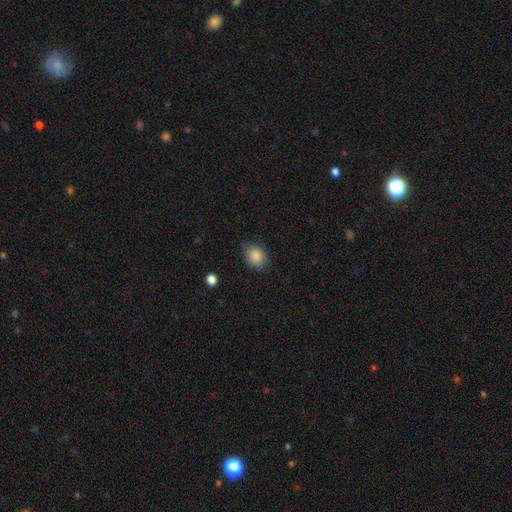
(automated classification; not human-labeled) Overall: smooth (86%). How rounded: round (54%; in between 45%). Merging: none (73%).